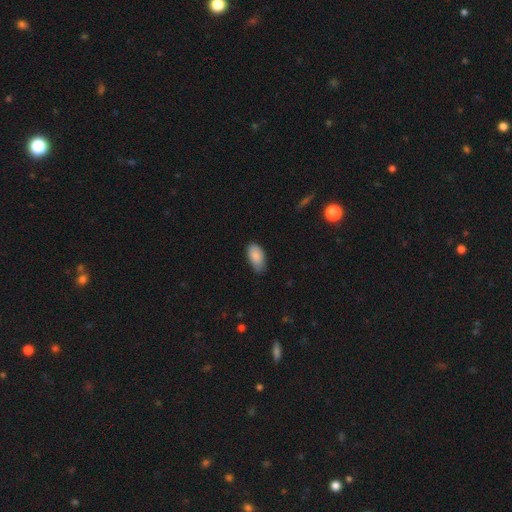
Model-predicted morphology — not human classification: Smooth or featured?
  - smooth: 88% *
  - star or artifact: 6%
  - featured or disk: 6%
How rounded?
  - in between: 94% *
  - round: 3%
  - cigar-shaped: 3%
Merging?
  - none: 69% *
  - minor disturbance: 26%
  - major disturbance: 4%
  - merger: 1%